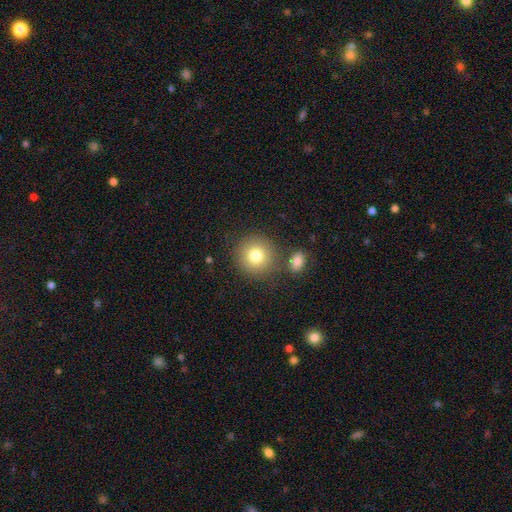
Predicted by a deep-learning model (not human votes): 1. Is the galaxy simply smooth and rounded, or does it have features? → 79% smooth, 10% star or artifact, 10% featured or disk.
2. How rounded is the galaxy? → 93% round, 6% in between, 1% cigar-shaped.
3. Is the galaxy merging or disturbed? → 79% none, 9% merger, 8% minor disturbance, 3% major disturbance.